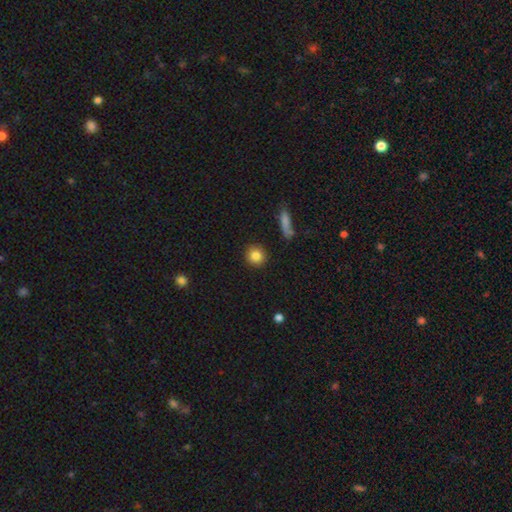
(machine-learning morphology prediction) A smooth galaxy with no disk features (85%) that is round (91%). Merging: none (90%).